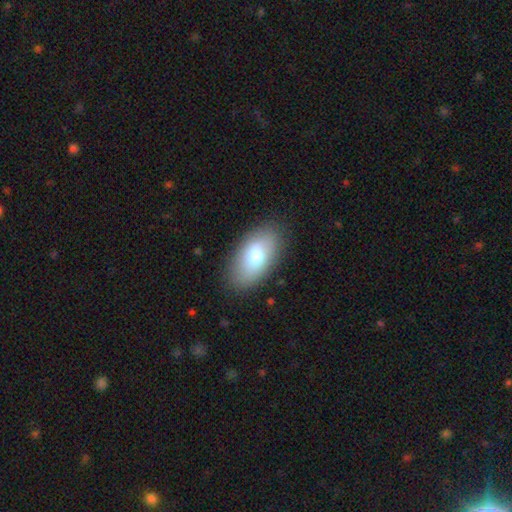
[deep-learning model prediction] This appears to be a smooth galaxy with no disk features (76%) that is in between round and cigar-shaped (93%). Merging: none (86%).